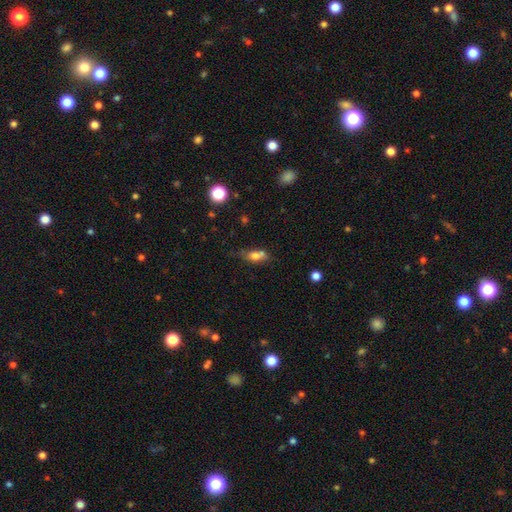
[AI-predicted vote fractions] This appears to be a smooth galaxy with no disk features (69%) that is in between round and cigar-shaped (70%). Merging: none (40%).